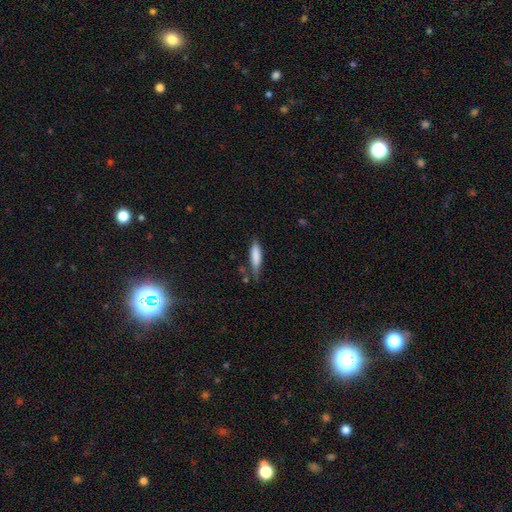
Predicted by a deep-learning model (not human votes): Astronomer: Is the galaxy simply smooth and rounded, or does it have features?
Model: smooth — 81%.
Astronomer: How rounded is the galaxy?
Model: cigar-shaped — 73%.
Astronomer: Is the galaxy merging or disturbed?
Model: none — 60%.